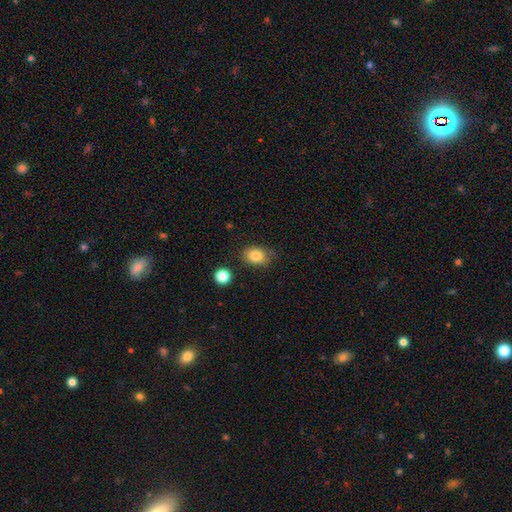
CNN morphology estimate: type=smooth (83%); roundness=in between (71%); merging=none (77%).